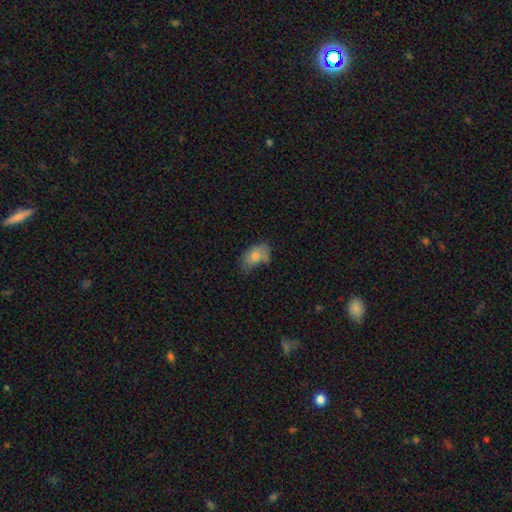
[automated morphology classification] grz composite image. It shows a smooth galaxy with no disk features (77%) that is in between round and cigar-shaped (89%). Merging: none (41%).